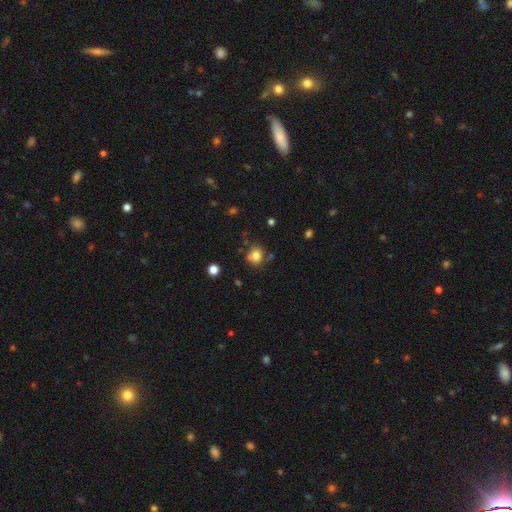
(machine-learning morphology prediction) smooth-or-featured: smooth: 81% | star or artifact: 12% | featured or disk: 7%
  how-rounded: round: 83% | in between: 16% | cigar-shaped: 1%
  merging: none: 74% | minor disturbance: 16% | merger: 6% | major disturbance: 4%